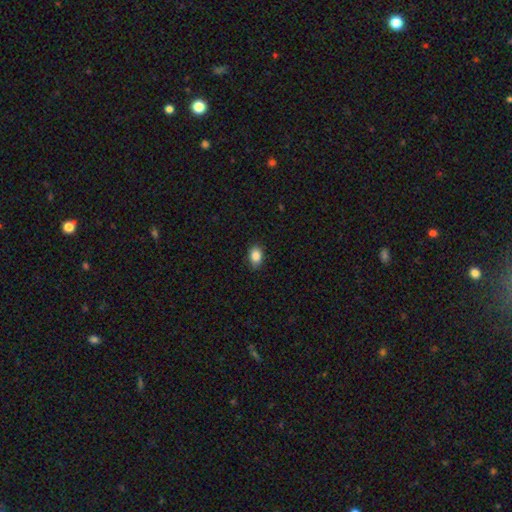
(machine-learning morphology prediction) smooth_or_featured: smooth (p=0.88) [alt: star or artifact p=0.09]
how_rounded: in between (p=0.80) [alt: round p=0.19]
merging: none (p=0.84) [alt: minor disturbance p=0.13]